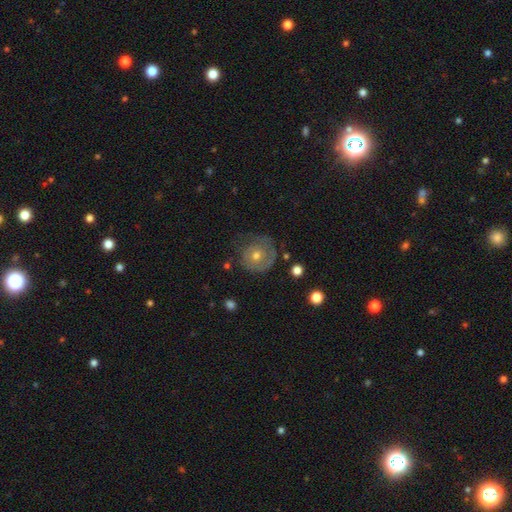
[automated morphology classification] This is possibly a featured or disk galaxy (55%). It is clearly not viewed edge-on (96%). Bar: clearly no (85%). Spiral arm pattern: likely yes (66%). Central bulge: possibly moderate (54%). Merging: likely none (66%).